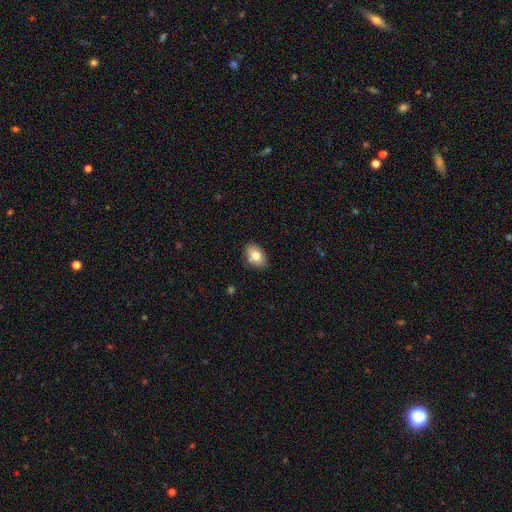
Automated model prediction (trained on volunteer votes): Overall: smooth (78%). How rounded: in between (81%). Merging: none (83%).